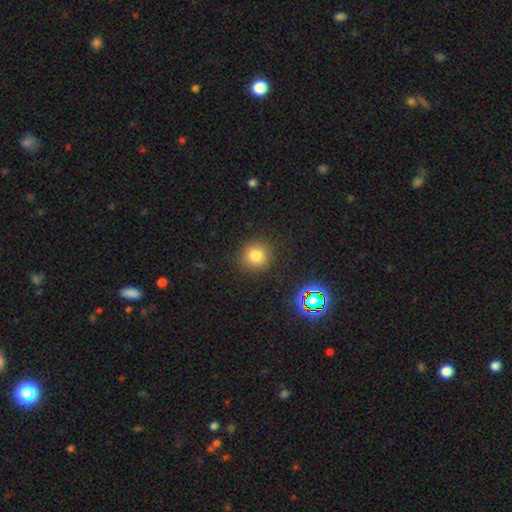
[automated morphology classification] smooth 78%, star or artifact 16%, featured or disk 7%. Down the decision tree: how rounded — round (91%); merging — none (89%).